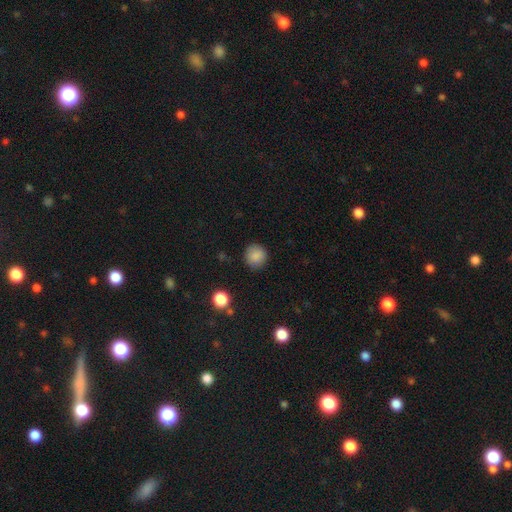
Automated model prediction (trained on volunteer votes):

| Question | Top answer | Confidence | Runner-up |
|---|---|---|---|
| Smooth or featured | smooth | 86% | star or artifact (10%) |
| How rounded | round | 91% | in between (8%) |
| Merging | none | 87% | minor disturbance (9%) |